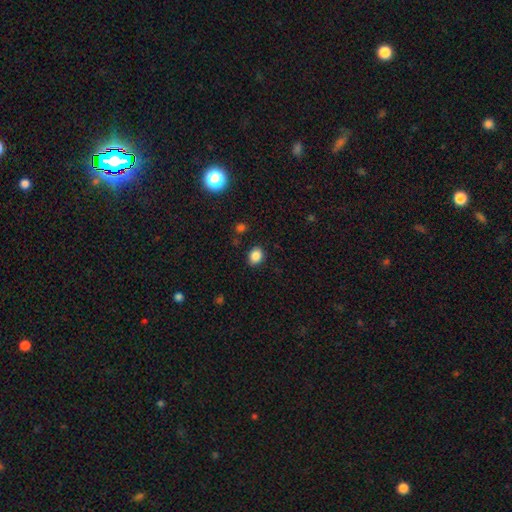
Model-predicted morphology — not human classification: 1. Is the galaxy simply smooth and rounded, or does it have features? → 86% smooth, 10% star or artifact, 4% featured or disk.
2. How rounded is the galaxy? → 54% in between, 46% round, 1% cigar-shaped.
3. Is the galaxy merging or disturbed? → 87% none, 9% minor disturbance, 3% major disturbance, 2% merger.